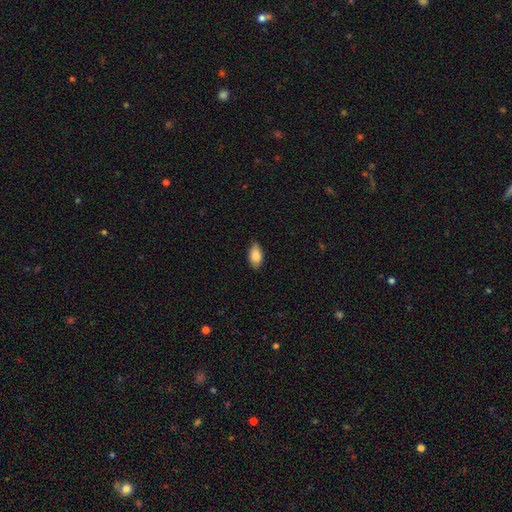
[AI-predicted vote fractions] This is clearly a smooth galaxy (87%). How rounded: clearly in between (93%). Merging: clearly none (82%).